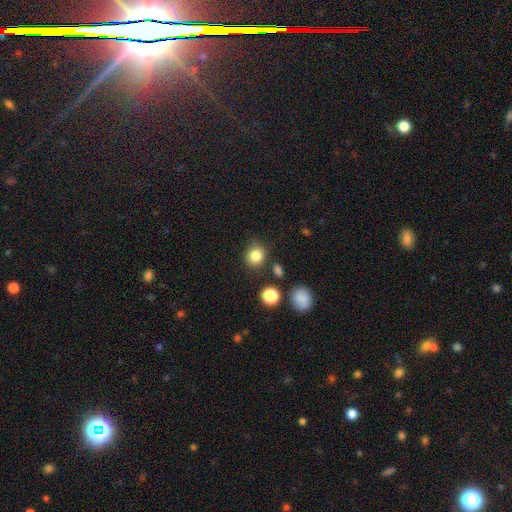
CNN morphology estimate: This is clearly a smooth galaxy (84%). How rounded: clearly round (81%). Merging: likely none (79%).